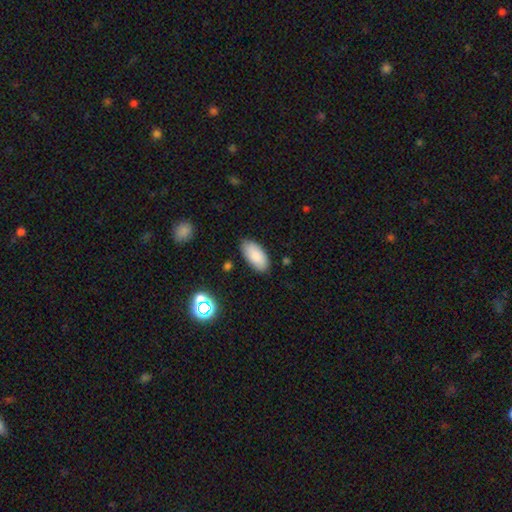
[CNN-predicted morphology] Q: Smooth or featured?
A: smooth (87%); runner-up: star or artifact (7%)
Q: How rounded?
A: in between (93%); runner-up: cigar-shaped (5%)
Q: Merging?
A: none (84%); runner-up: minor disturbance (12%)